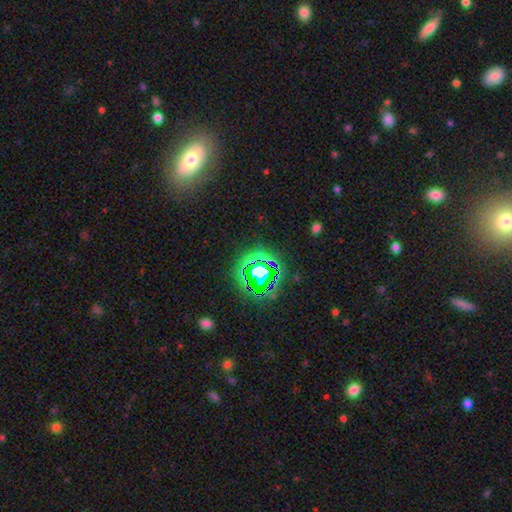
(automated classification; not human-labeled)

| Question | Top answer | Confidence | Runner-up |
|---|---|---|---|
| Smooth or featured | star or artifact | 65% | smooth (23%) |